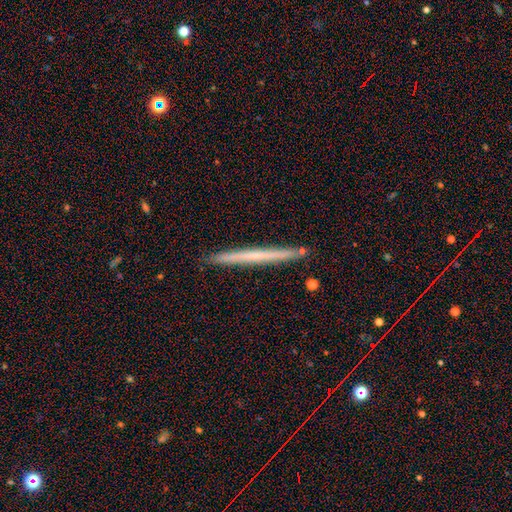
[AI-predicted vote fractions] This is possibly a featured or disk galaxy (47%, tied with smooth). Merging: clearly none (92%).